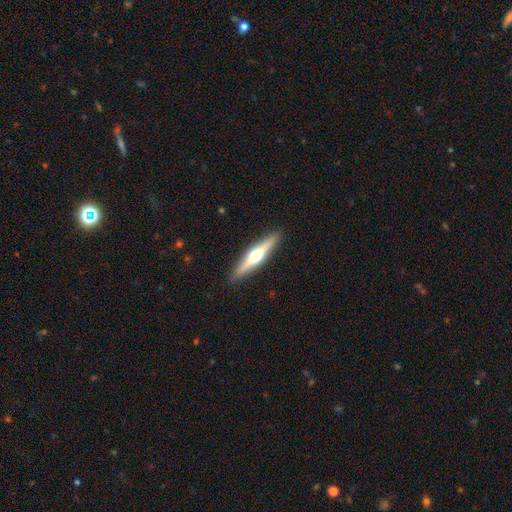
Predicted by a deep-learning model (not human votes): Smooth or featured: featured or disk — 64% (smooth — 31%)
Edge-on disk: yes — 97% (no — 3%)
Edge-on bulge: rounded — 94% (none — 3%)
Merging: none — 91% (minor disturbance — 6%)